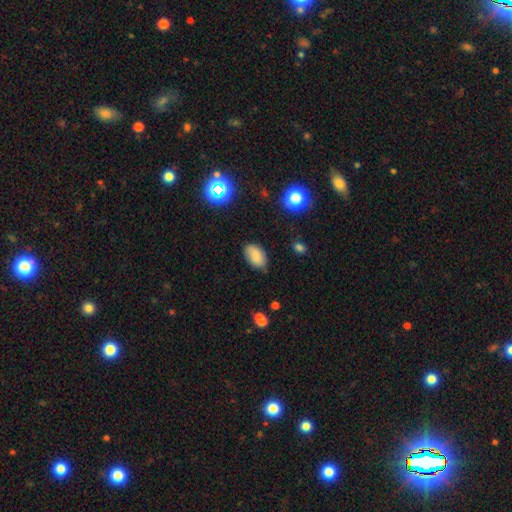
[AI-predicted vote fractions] smooth-or-featured: smooth: 82% | star or artifact: 10% | featured or disk: 8%
  how-rounded: in between: 91% | round: 8% | cigar-shaped: 1%
  merging: none: 76% | minor disturbance: 18% | major disturbance: 4% | merger: 2%